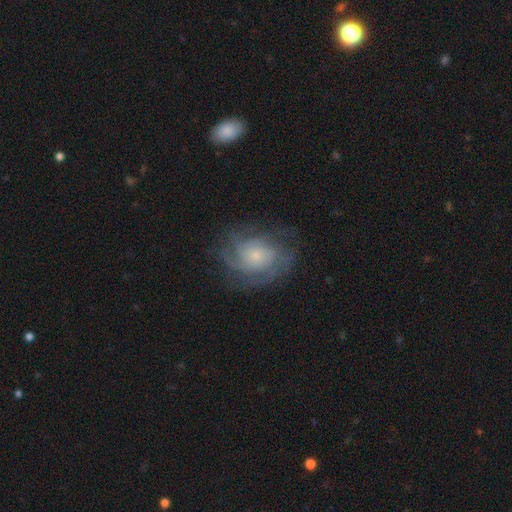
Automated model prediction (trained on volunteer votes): featured or disk 73%, smooth 19%, star or artifact 8%. Down the decision tree: edge-on disk — no (97%); bar — no (80%); spiral arms — yes (91%); spiral arm count — can't tell (40%); spiral winding — tight (55%); bulge size — small (63%); merging — none (70%).